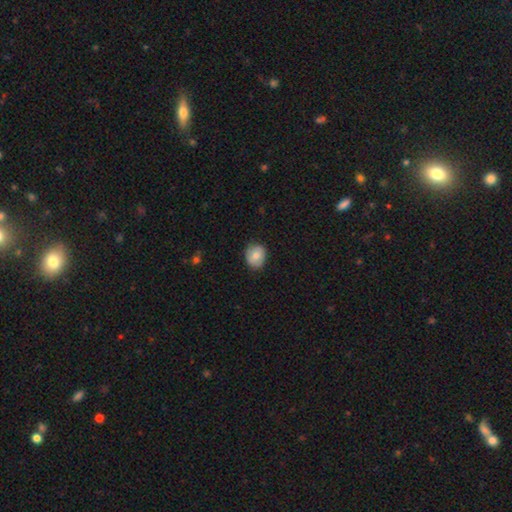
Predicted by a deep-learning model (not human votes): Smooth or featured?
  - smooth: 77% *
  - featured or disk: 16%
  - star or artifact: 8%
How rounded?
  - round: 63% *
  - in between: 36%
  - cigar-shaped: 1%
Merging?
  - none: 81% *
  - minor disturbance: 16%
  - major disturbance: 3%
  - merger: 1%